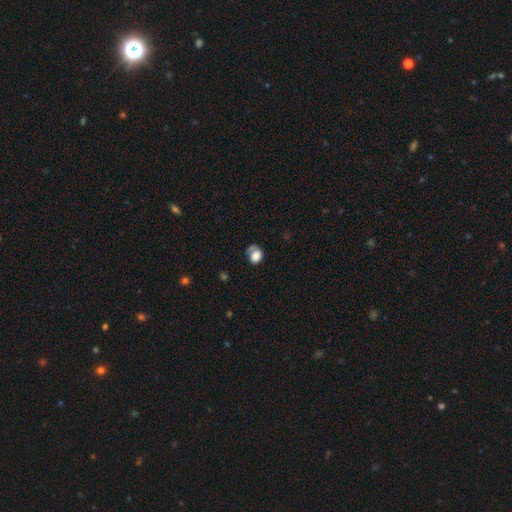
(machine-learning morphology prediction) Smooth or featured?
  - smooth: 78% *
  - featured or disk: 11%
  - star or artifact: 11%
How rounded?
  - round: 57% *
  - in between: 42%
  - cigar-shaped: 1%
Merging?
  - none: 44% *
  - minor disturbance: 26%
  - major disturbance: 18%
  - merger: 12%